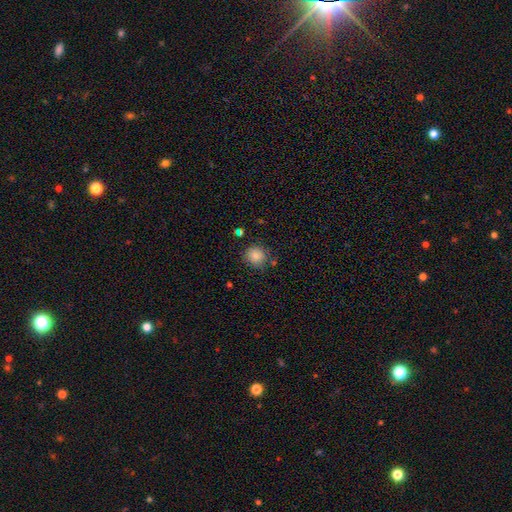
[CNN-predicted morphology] The model was most divided on "merging": none: 80%, minor disturbance: 12%, merger: 4%, major disturbance: 4%. More confident: how rounded — round (89%); smooth or featured — smooth (85%).